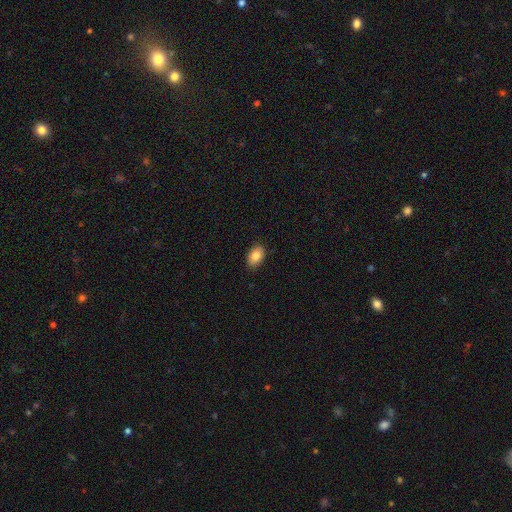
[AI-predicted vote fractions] Overall: smooth (85%). How rounded: in between (89%). Merging: none (88%).